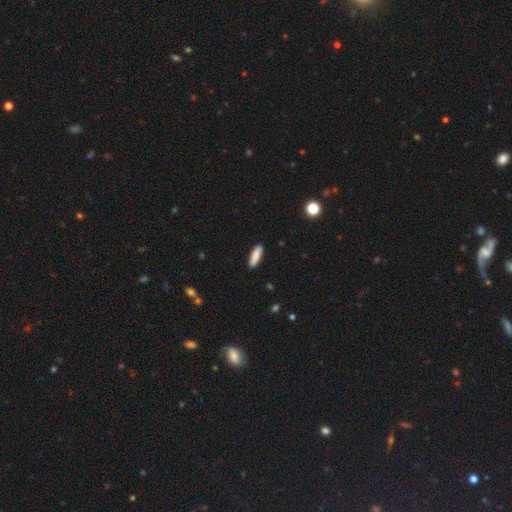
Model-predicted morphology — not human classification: A smooth galaxy with no disk features (86%) that is cigar-shaped (68%). Merging: none (89%).